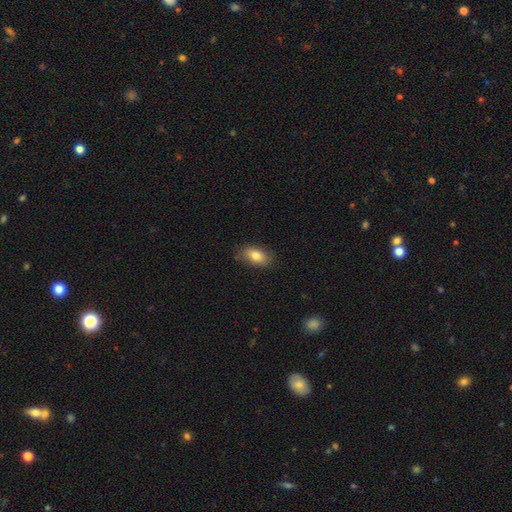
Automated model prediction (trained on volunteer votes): Smooth or featured? Predicted: smooth (p=0.81). How rounded? Predicted: in between (p=0.89). Merging? Predicted: none (p=0.80).